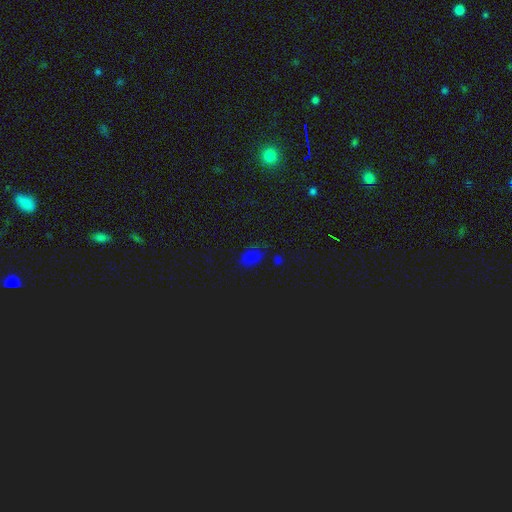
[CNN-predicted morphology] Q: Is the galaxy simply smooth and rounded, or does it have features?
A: smooth — 58%.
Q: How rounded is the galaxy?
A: in between — 81%.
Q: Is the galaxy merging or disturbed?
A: none — 64%.